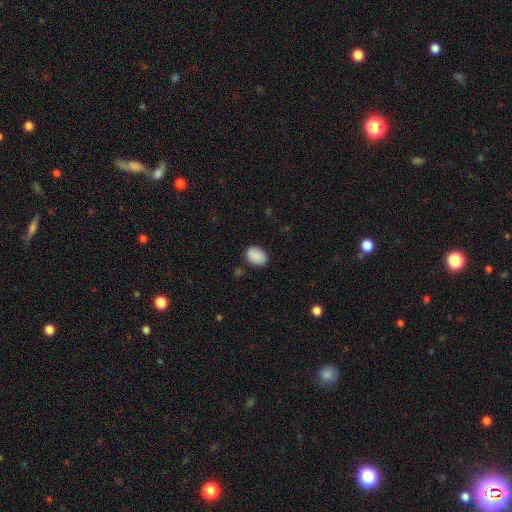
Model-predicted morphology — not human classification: A smooth galaxy with no disk features (89%) that is in between round and cigar-shaped (80%).

Vote fractions:
- Smooth or featured? smooth: 89% / star or artifact: 7% / featured or disk: 4%
- How rounded? in between: 80% / round: 19% / cigar-shaped: 1%
- Merging? none: 82% / minor disturbance: 13% / major disturbance: 3% / merger: 2%